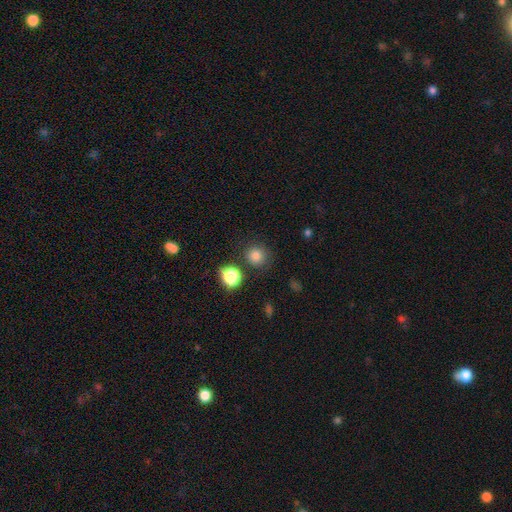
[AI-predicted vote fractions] Smooth or featured? smooth (81%)
How rounded? round (90%)
Merging? none (82%)